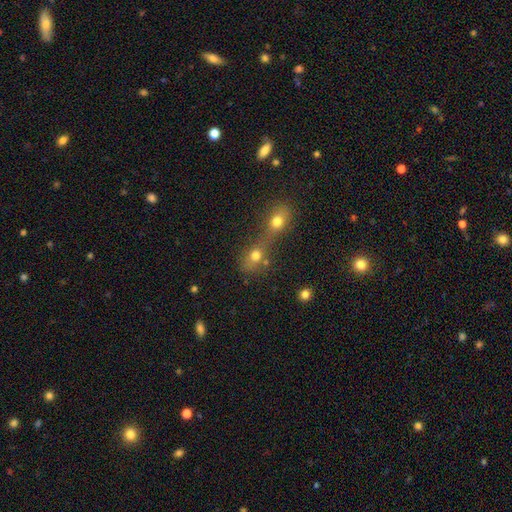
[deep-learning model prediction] smooth 72%, star or artifact 16%, featured or disk 12%. Down the decision tree: how rounded — round (55%); merging — merger (64%).